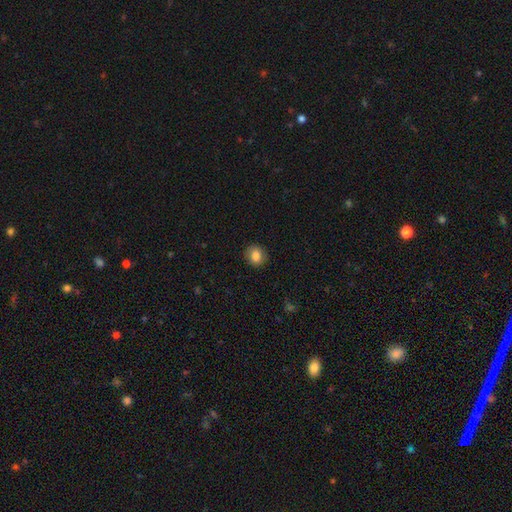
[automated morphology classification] type=smooth (85%); roundness=round (65%); merging=none (89%).